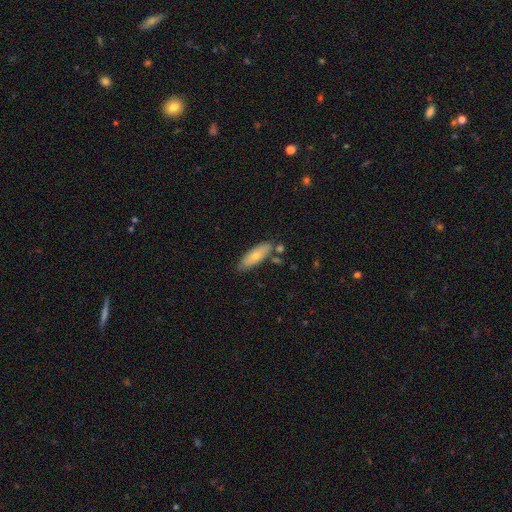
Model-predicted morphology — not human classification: Smooth or featured?
  - smooth: 70% *
  - featured or disk: 24%
  - star or artifact: 6%
How rounded?
  - in between: 61% *
  - cigar-shaped: 36%
  - round: 2%
Merging?
  - none: 75% *
  - minor disturbance: 15%
  - merger: 7%
  - major disturbance: 3%